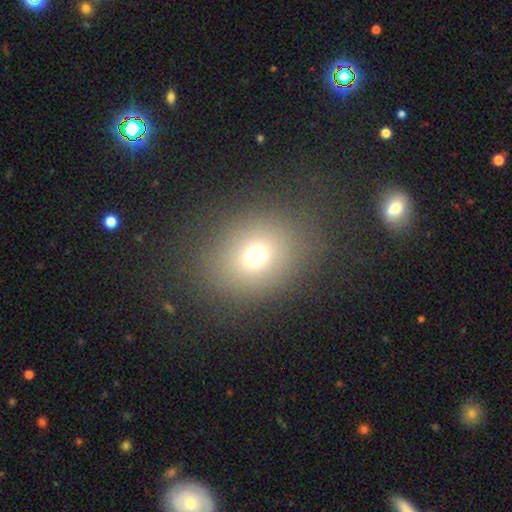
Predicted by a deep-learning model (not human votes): The model was most divided on "how rounded": round: 59%, in between: 40%, cigar-shaped: 1%. More confident: merging — none (81%); smooth or featured — smooth (70%).